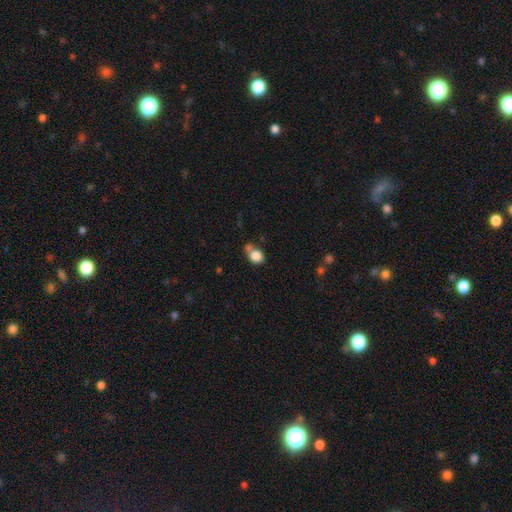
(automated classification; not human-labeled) Morphology: type=smooth (83%); roundness=round (71%); merging=none (48%).